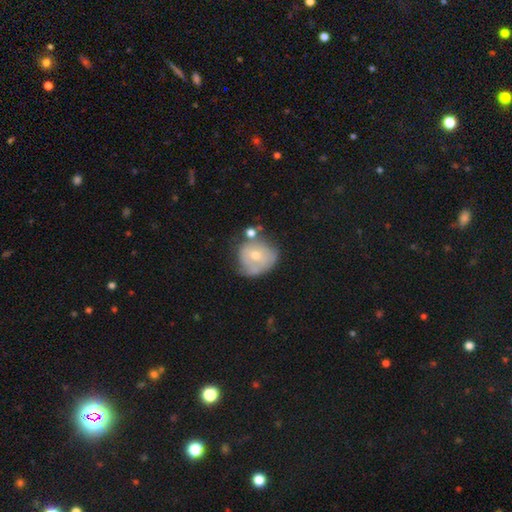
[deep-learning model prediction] Smooth or featured? smooth (50%)
How rounded? round (82%)
Merging? none (46%)